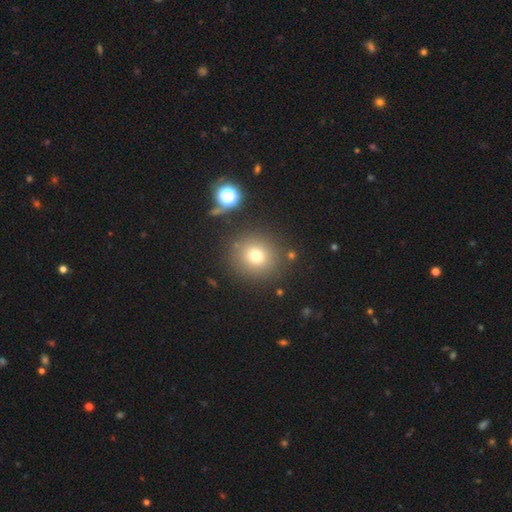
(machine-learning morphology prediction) The model was most divided on "smooth or featured": smooth: 74%, star or artifact: 16%, featured or disk: 10%. More confident: how rounded — round (90%); merging — none (85%).